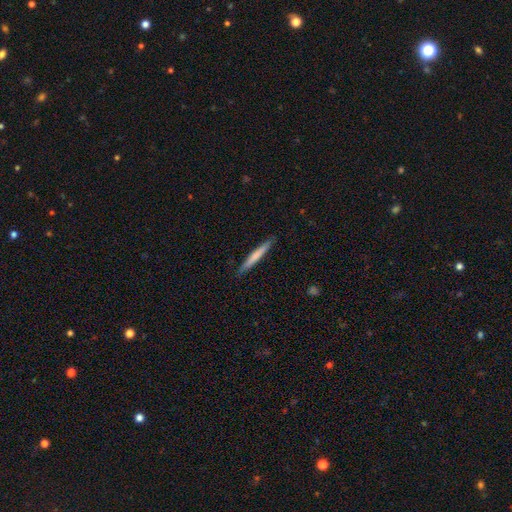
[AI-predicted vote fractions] Smooth or featured?
  - smooth: 65% *
  - featured or disk: 29%
  - star or artifact: 5%
How rounded?
  - cigar-shaped: 96% *
  - in between: 3%
  - round: 1%
Merging?
  - none: 90% *
  - minor disturbance: 8%
  - major disturbance: 1%
  - merger: 1%